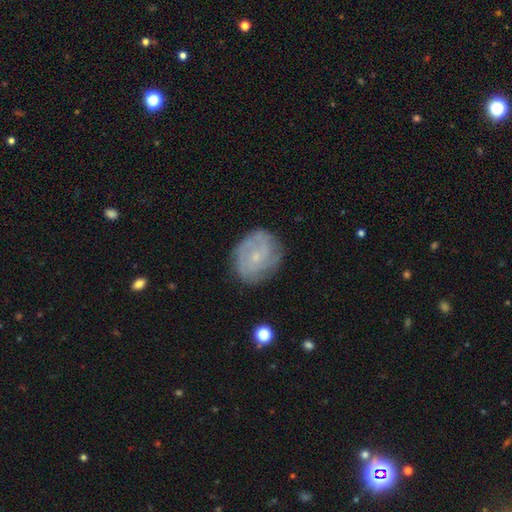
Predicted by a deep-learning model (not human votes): This is likely a featured or disk galaxy (72%). It is clearly not viewed edge-on (98%). Bar: likely no (64%). Spiral arm pattern: clearly yes (90%). Spiral arm count: marginally can't tell (36%). Spiral winding: possibly tight (55%). Central bulge: likely small (79%). Merging: likely none (78%).